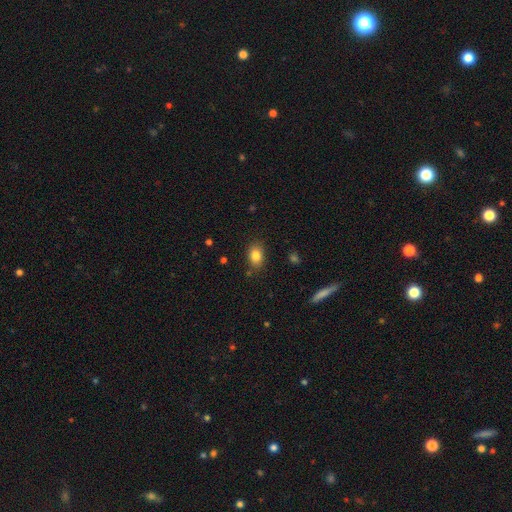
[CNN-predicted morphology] smooth-or-featured: smooth: 83% | star or artifact: 9% | featured or disk: 7%
  how-rounded: in between: 77% | round: 21% | cigar-shaped: 2%
  merging: none: 82% | minor disturbance: 13% | major disturbance: 3% | merger: 2%